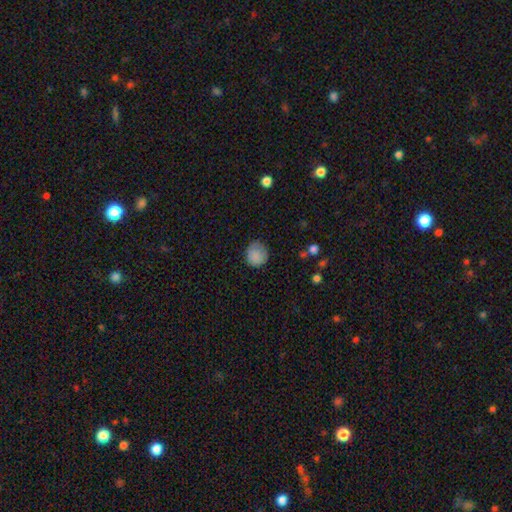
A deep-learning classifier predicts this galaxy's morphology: Smooth or featured? smooth (85%)
How rounded? round (84%)
Merging? none (74%)